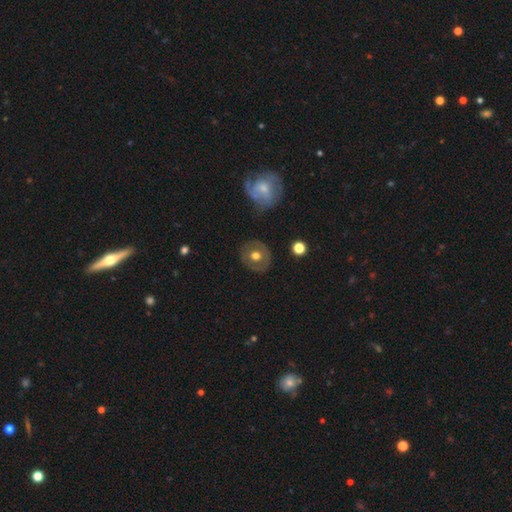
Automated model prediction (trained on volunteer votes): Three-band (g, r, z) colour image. It shows a smooth galaxy with no disk features (55%) that is round (82%). Merging: none (84%).